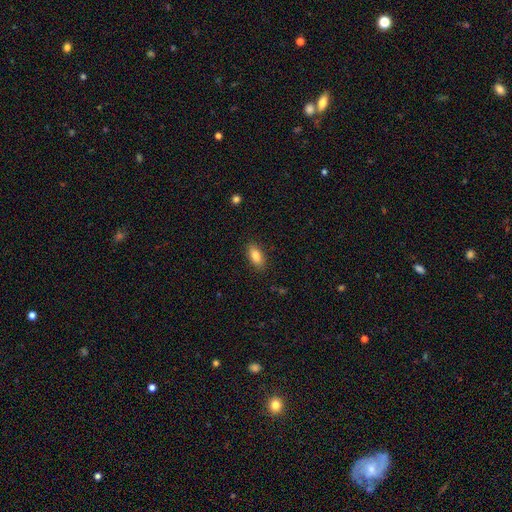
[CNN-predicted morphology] Overall: smooth (84%). How rounded: in between (88%). Merging: none (87%).